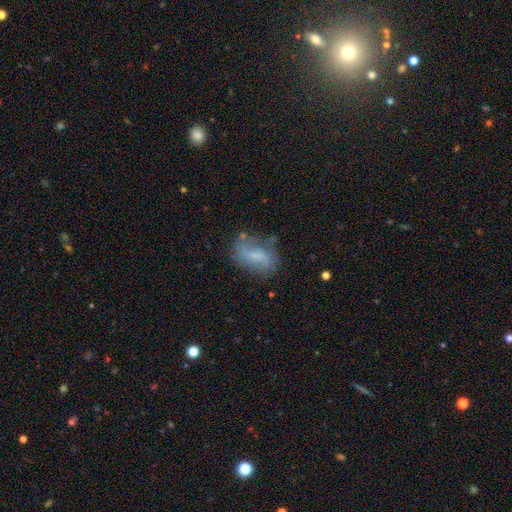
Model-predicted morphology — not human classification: type=smooth (49%); merging=none (54%).